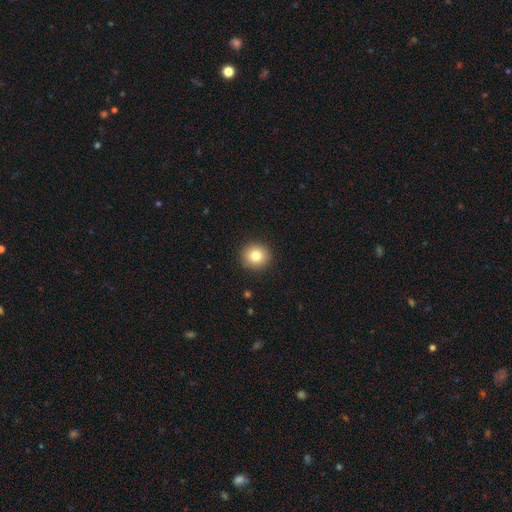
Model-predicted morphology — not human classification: type=smooth (81%); roundness=round (91%); merging=none (92%).